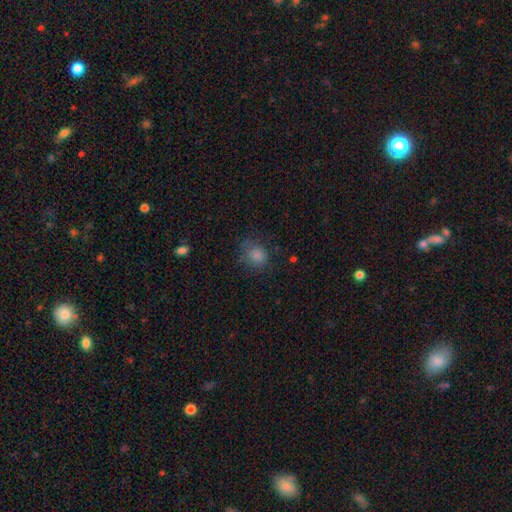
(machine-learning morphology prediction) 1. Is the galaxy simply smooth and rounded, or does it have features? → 75% smooth, 17% star or artifact, 8% featured or disk.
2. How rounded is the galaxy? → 73% round, 26% in between, 1% cigar-shaped.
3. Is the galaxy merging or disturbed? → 69% none, 20% minor disturbance, 9% major disturbance, 2% merger.